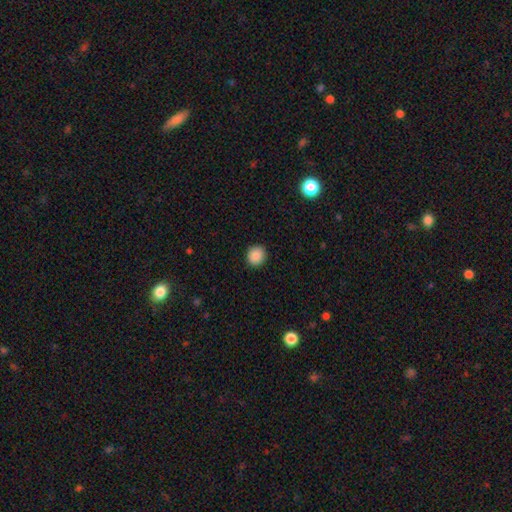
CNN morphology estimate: Smooth or featured? Predicted: smooth (p=0.89). How rounded? Predicted: round (p=0.87). Merging? Predicted: none (p=0.92).